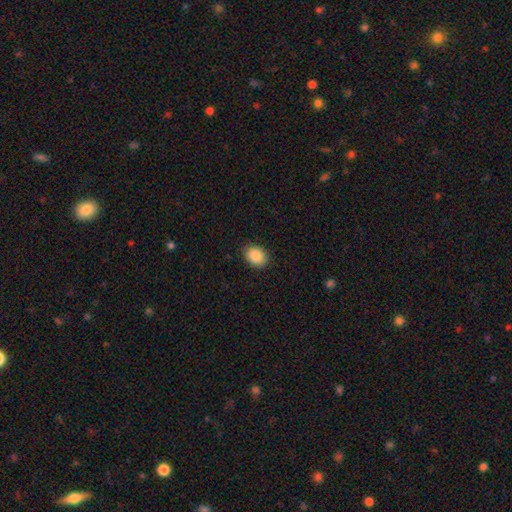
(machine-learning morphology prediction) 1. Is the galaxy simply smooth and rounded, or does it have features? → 89% smooth, 7% star or artifact, 4% featured or disk.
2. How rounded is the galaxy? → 71% in between, 28% round, 1% cigar-shaped.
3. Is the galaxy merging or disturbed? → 88% none, 9% minor disturbance, 2% major disturbance, 1% merger.